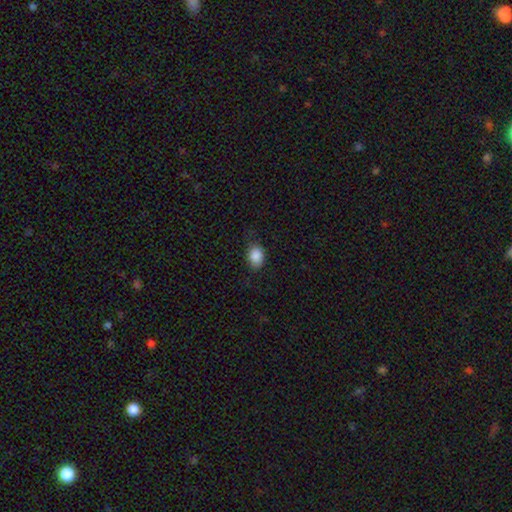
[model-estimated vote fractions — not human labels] smooth_or_featured: smooth (p=0.88) [alt: star or artifact p=0.08]
how_rounded: in between (p=0.71) [alt: round p=0.28]
merging: none (p=0.72) [alt: minor disturbance p=0.22]